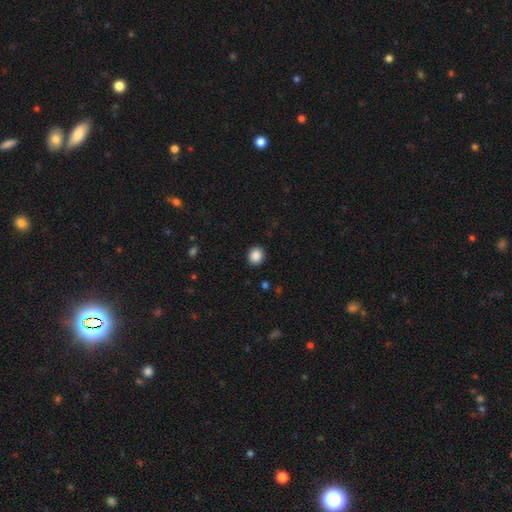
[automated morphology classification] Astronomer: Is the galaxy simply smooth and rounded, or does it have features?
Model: smooth — 88%.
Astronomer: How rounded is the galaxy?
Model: round — 77%.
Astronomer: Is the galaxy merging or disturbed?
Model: none — 91%.